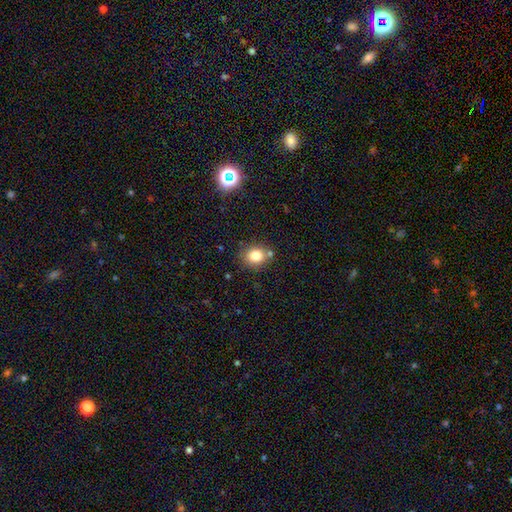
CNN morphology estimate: A smooth galaxy with no disk features (81%) that is round (69%). Merging: none (75%).